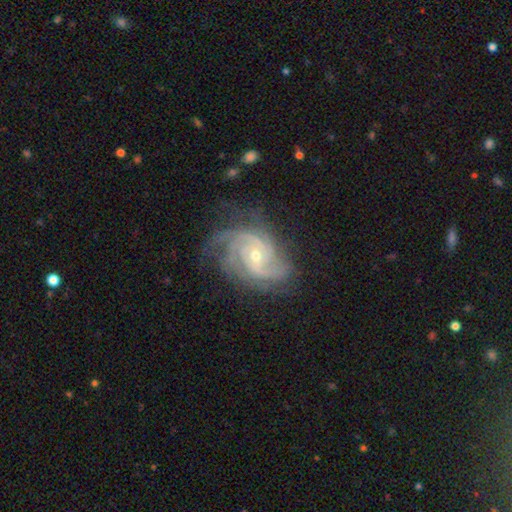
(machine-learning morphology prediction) Smooth or featured: featured or disk — 91% (star or artifact — 5%)
Edge-on disk: no — 97% (yes — 3%)
Bar: no — 62% (weak — 29%)
Spiral arms: yes — 98% (no — 2%)
Spiral winding: tight — 60% (medium — 34%)
Spiral arm count: 3 — 36% (4 — 19%)
Bulge size: small — 54% (moderate — 43%)
Merging: none — 67% (minor disturbance — 21%)